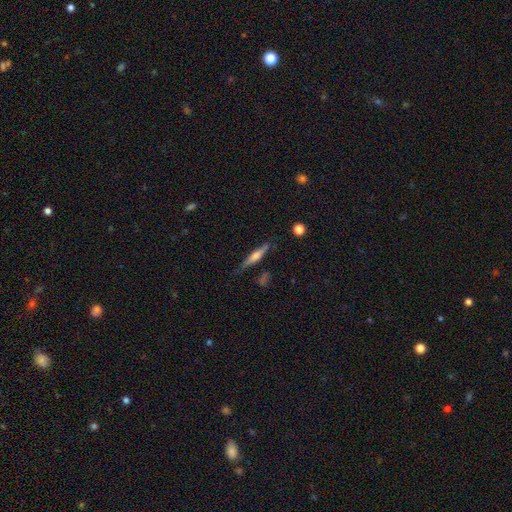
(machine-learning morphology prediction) Smooth or featured: featured or disk — 52% (smooth — 41%)
Edge-on disk: yes — 95% (no — 5%)
Merging: none — 74% (minor disturbance — 18%)